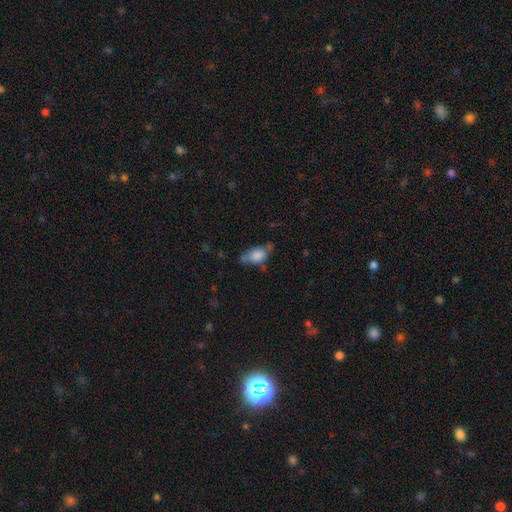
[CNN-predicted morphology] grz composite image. It shows a smooth galaxy with no disk features (74%) that is in between round and cigar-shaped (85%). Merging: none (43%).